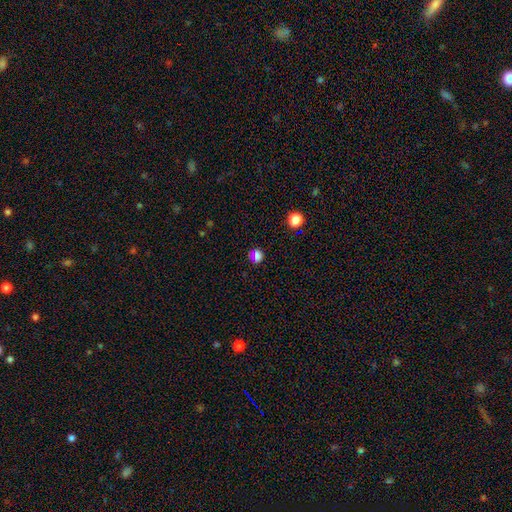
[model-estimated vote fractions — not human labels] Smooth or featured? smooth (69%)
How rounded? round (82%)
Merging? none (82%)